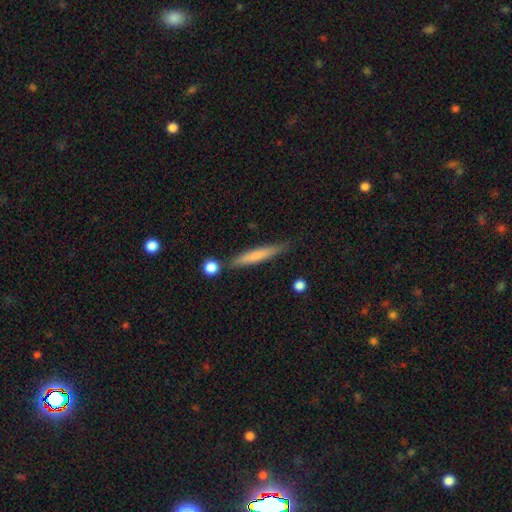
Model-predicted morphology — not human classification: Overall: smooth (68%). How rounded: cigar-shaped (93%). Merging: none (81%).